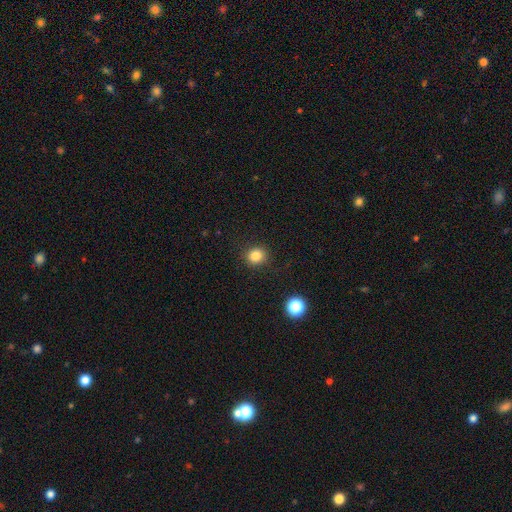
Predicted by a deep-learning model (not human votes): Q: Smooth or featured?
A: smooth (83%); runner-up: star or artifact (12%)
Q: How rounded?
A: round (83%); runner-up: in between (16%)
Q: Merging?
A: none (89%); runner-up: minor disturbance (7%)